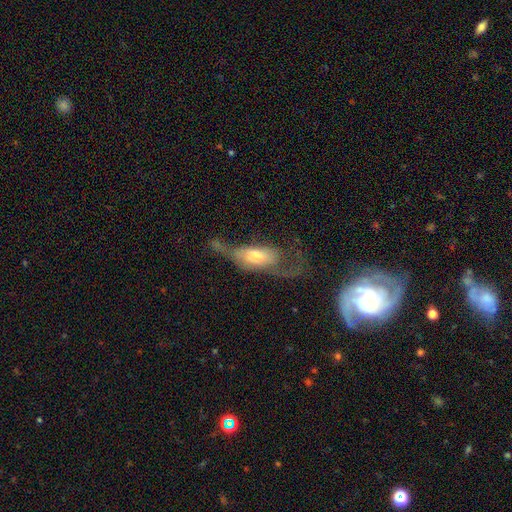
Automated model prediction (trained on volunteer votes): Smooth or featured: featured or disk — 55% (smooth — 37%)
Edge-on disk: no — 73% (yes — 27%)
Merging: major disturbance — 50% (none — 22%)